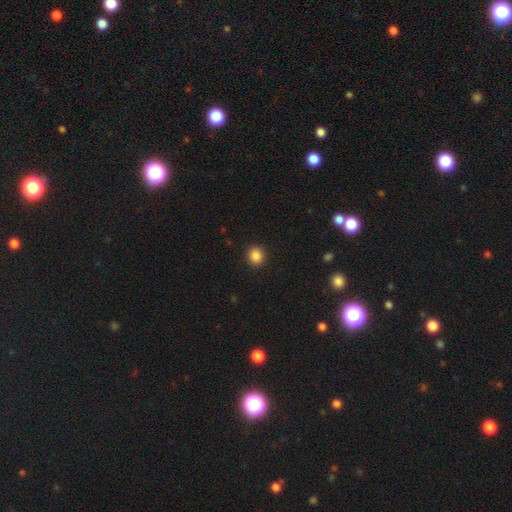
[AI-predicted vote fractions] Q: Smooth or featured?
A: smooth (87%); runner-up: star or artifact (10%)
Q: How rounded?
A: round (82%); runner-up: in between (17%)
Q: Merging?
A: none (92%); runner-up: minor disturbance (5%)